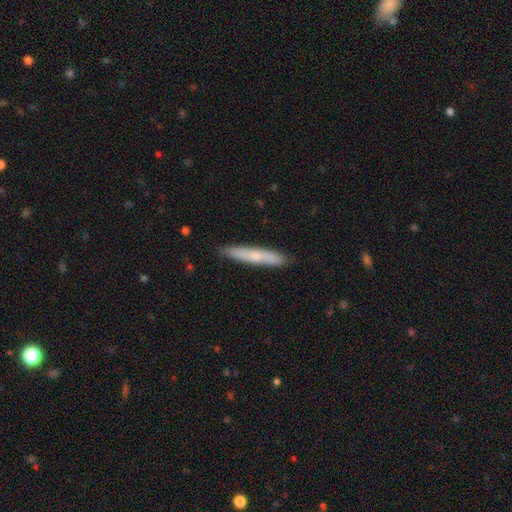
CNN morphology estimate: Smooth or featured? Predicted: smooth (p=0.60). How rounded? Predicted: cigar-shaped (p=0.93). Merging? Predicted: none (p=0.87).